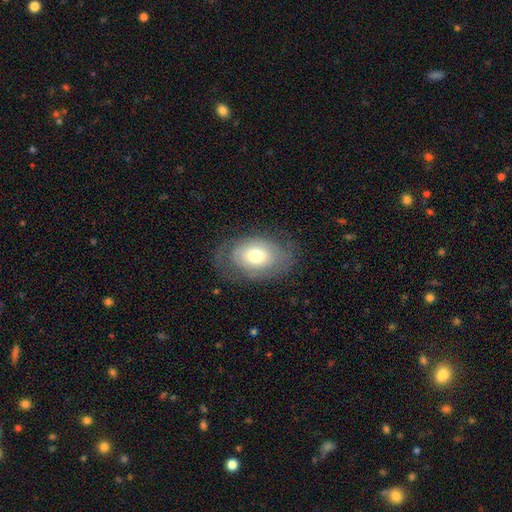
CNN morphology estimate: Smooth or featured? Predicted: smooth (p=0.51). How rounded? Predicted: in between (p=0.80). Merging? Predicted: none (p=0.66).